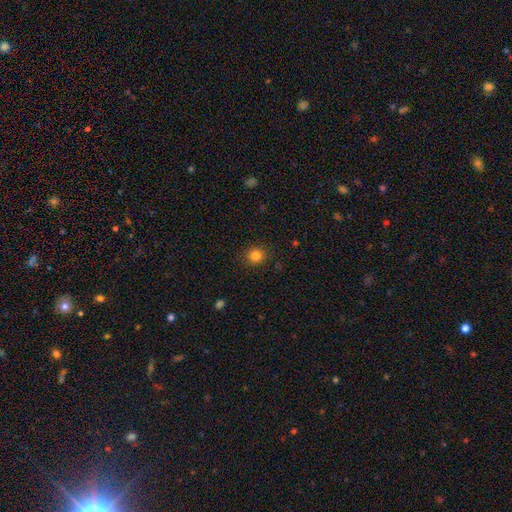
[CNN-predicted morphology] smooth 83%, star or artifact 12%, featured or disk 5%. Down the decision tree: how rounded — round (85%); merging — none (89%).